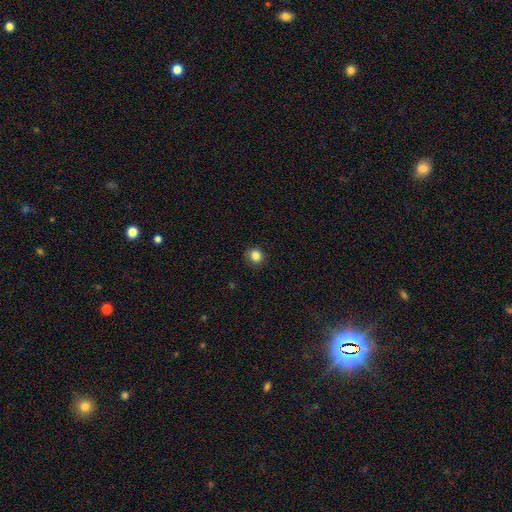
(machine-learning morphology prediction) Overall: smooth (85%). How rounded: round (88%). Merging: none (87%).